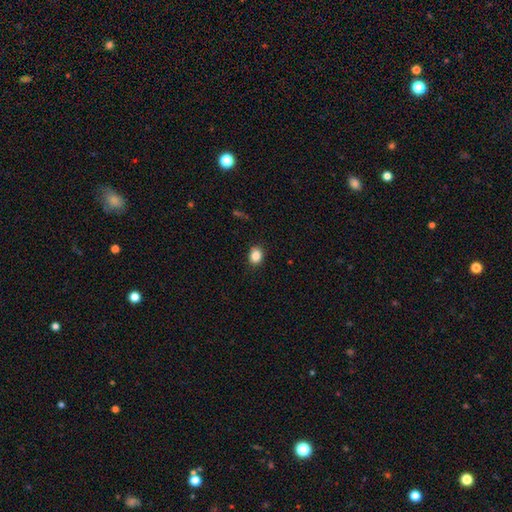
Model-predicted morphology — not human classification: The model was most divided on "how rounded": round: 50%, in between: 49%, cigar-shaped: 1%. More confident: merging — none (88%); smooth or featured — smooth (87%).